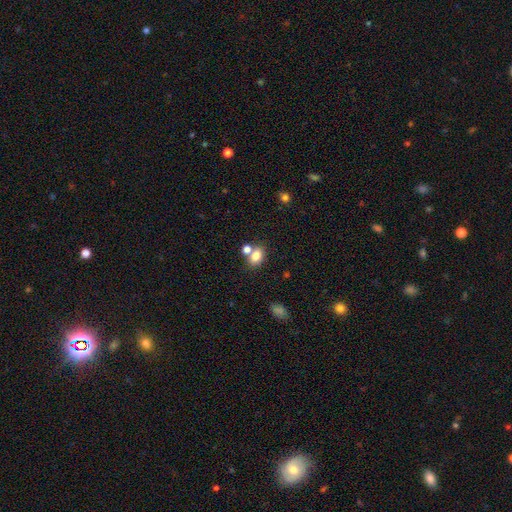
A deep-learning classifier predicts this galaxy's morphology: Smooth or featured?
  - smooth: 80% *
  - star or artifact: 11%
  - featured or disk: 10%
How rounded?
  - in between: 76% *
  - round: 22%
  - cigar-shaped: 2%
Merging?
  - none: 53% *
  - merger: 32%
  - minor disturbance: 11%
  - major disturbance: 4%